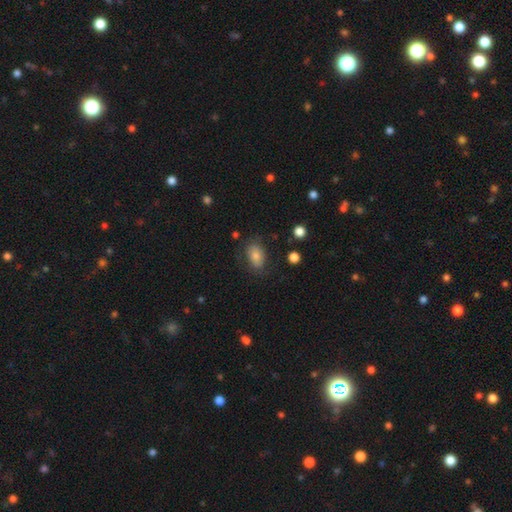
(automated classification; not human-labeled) Smooth or featured? smooth (75%)
How rounded? in between (86%)
Merging? none (75%)